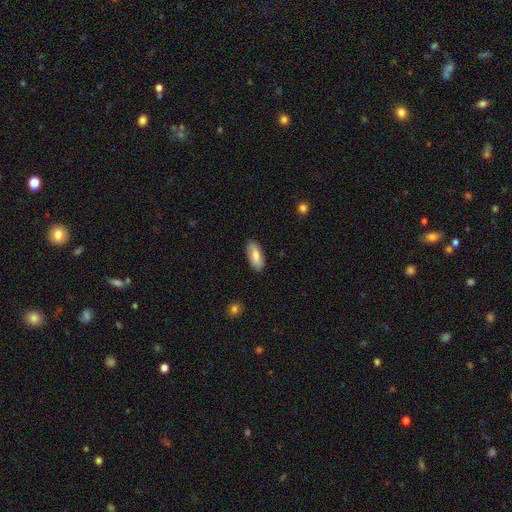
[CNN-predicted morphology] smooth_or_featured: smooth (p=0.70) [alt: featured or disk p=0.24]
how_rounded: in between (p=0.84) [alt: cigar-shaped p=0.14]
merging: none (p=0.85) [alt: minor disturbance p=0.11]